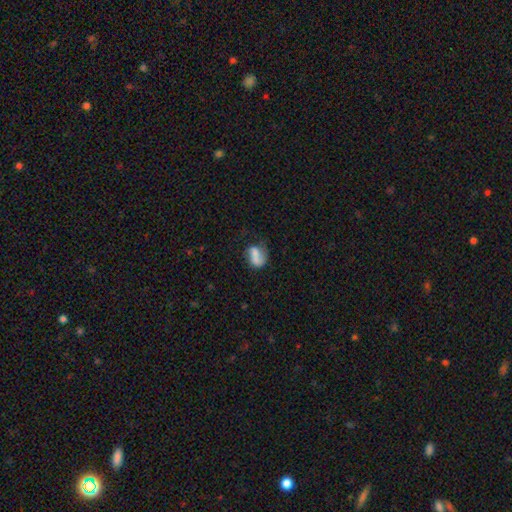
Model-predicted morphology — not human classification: Smooth or featured?
  - smooth: 61% *
  - featured or disk: 30%
  - star or artifact: 9%
How rounded?
  - in between: 70% *
  - round: 27%
  - cigar-shaped: 3%
Merging?
  - none: 44% *
  - minor disturbance: 28%
  - major disturbance: 19%
  - merger: 9%